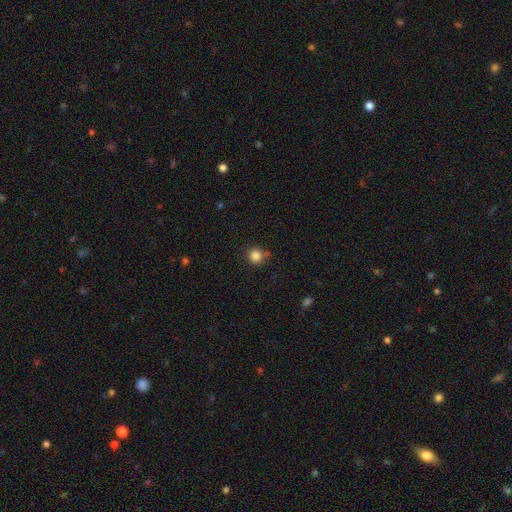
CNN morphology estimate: smooth-or-featured: smooth: 85% | star or artifact: 11% | featured or disk: 4%
  how-rounded: round: 91% | in between: 9% | cigar-shaped: 1%
  merging: none: 79% | minor disturbance: 11% | merger: 7% | major disturbance: 3%